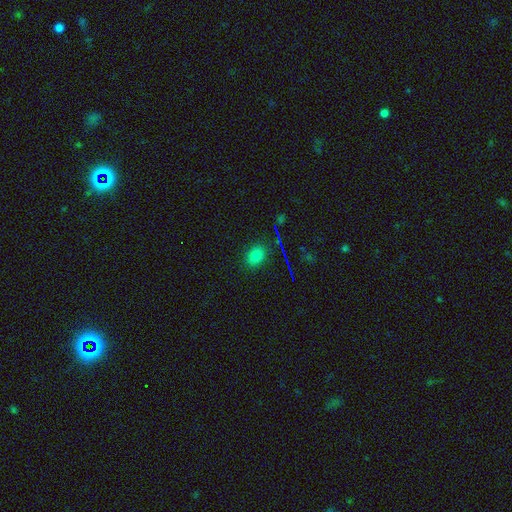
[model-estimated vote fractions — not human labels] Smooth or featured? Predicted: smooth (p=0.74). How rounded? Predicted: in between (p=0.68). Merging? Predicted: none (p=0.85).